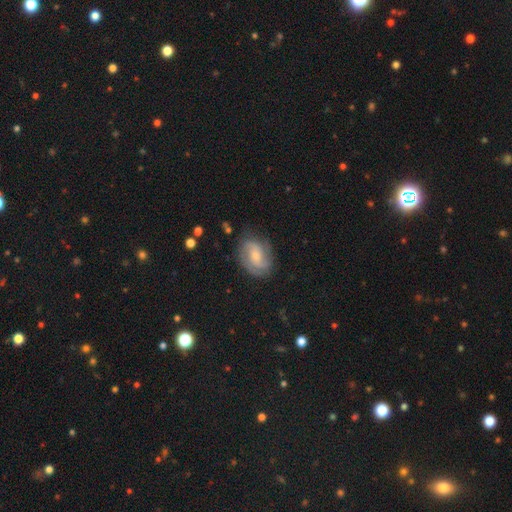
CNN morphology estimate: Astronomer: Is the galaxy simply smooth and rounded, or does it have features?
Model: featured or disk — 74%.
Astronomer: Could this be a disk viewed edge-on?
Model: no — 97%.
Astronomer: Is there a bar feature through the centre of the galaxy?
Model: no — 51% (runner-up: weak, 39%).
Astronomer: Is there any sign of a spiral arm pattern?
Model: yes — 93%.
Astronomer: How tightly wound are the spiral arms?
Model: medium — 44% (runner-up: tight, 39%).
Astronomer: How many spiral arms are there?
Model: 2 — 57%.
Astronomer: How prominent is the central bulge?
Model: small — 58% (runner-up: moderate, 34%).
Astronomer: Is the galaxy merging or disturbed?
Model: none — 74%.